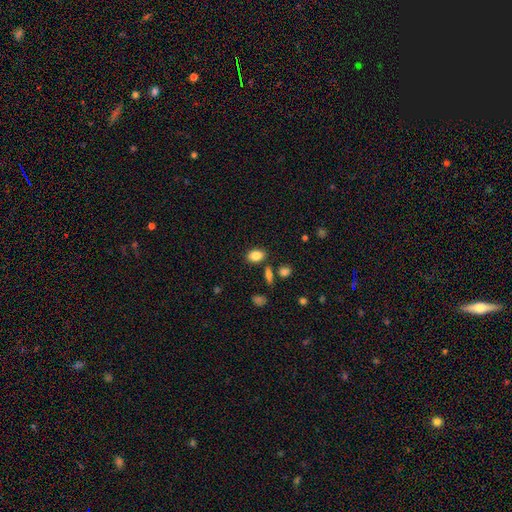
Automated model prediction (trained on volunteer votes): The model was most divided on "merging": none: 80%, minor disturbance: 11%, merger: 6%, major disturbance: 3%. More confident: smooth or featured — smooth (84%); how rounded — in between (84%).